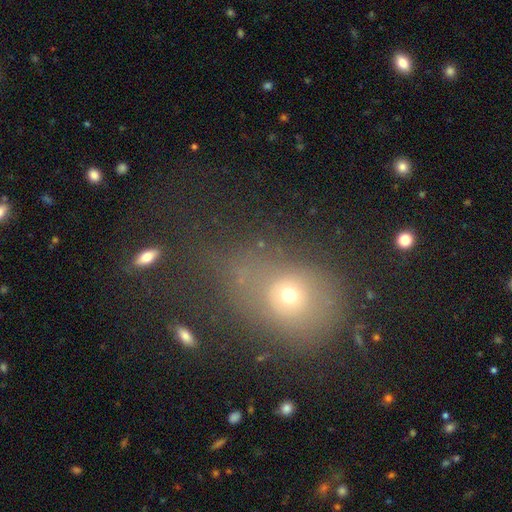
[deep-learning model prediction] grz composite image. It shows a smooth galaxy with no disk features (59%) that is round (60%). Merging: none (46%).